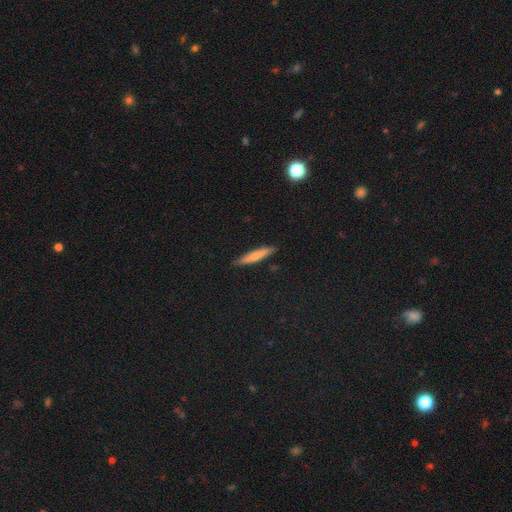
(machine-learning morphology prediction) Smooth or featured? smooth (70%)
How rounded? cigar-shaped (92%)
Merging? none (88%)